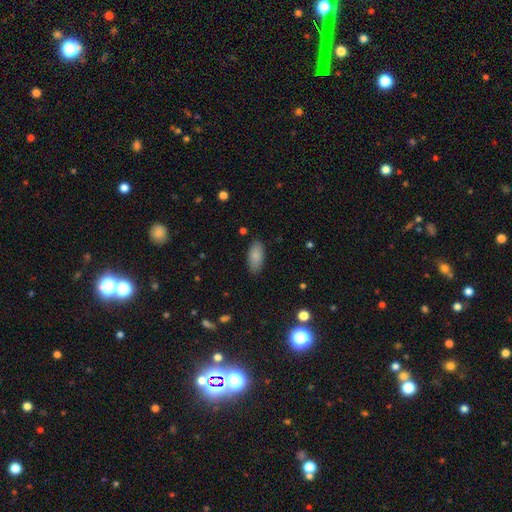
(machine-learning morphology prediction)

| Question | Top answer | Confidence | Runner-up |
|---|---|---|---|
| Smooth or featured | smooth | 86% | featured or disk (7%) |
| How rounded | in between | 89% | cigar-shaped (8%) |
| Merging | none | 86% | minor disturbance (11%) |